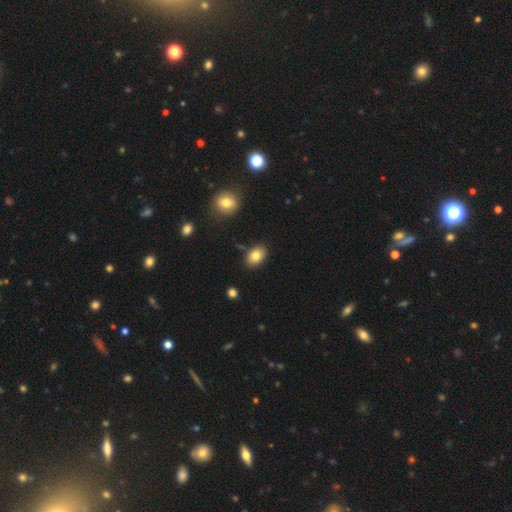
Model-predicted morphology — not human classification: Smooth or featured: smooth — 81% (featured or disk — 11%)
How rounded: in between — 83% (round — 16%)
Merging: none — 85% (minor disturbance — 10%)